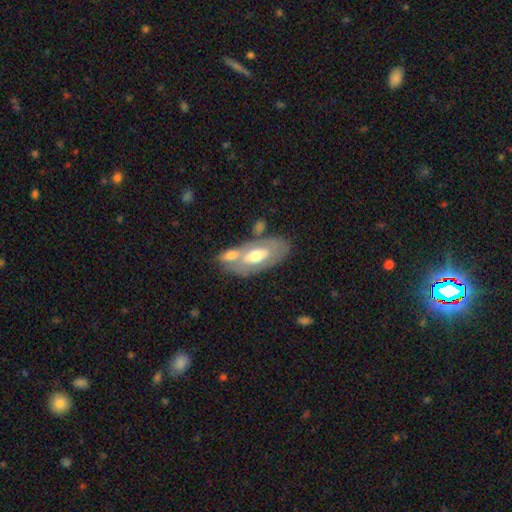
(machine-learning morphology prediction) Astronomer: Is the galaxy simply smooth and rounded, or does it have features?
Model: featured or disk — 52% (runner-up: smooth, 43%).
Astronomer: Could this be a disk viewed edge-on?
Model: no — 82%.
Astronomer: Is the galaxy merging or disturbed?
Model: none — 46% (runner-up: merger, 33%).